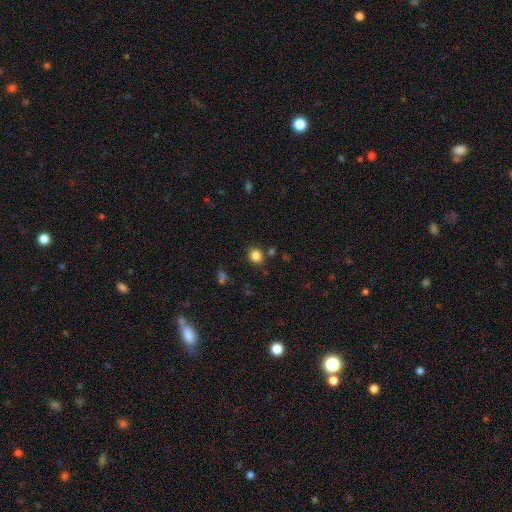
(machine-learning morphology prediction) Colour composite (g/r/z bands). It shows a smooth galaxy with no disk features (84%) that is round (78%). Merging: none (84%).